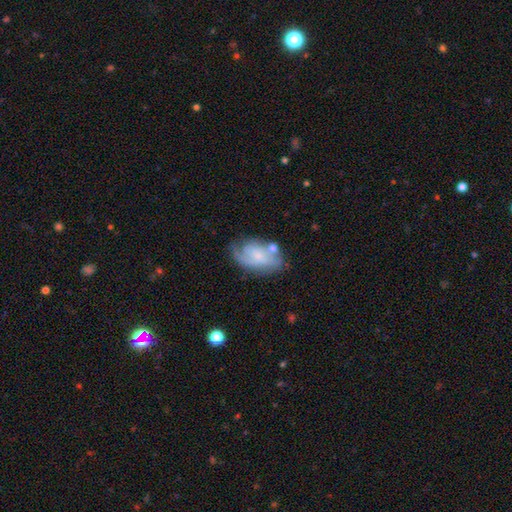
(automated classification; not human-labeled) featured or disk 64%, smooth 29%, star or artifact 7%. Down the decision tree: edge-on disk — no (96%); bar — no (65%); spiral arms — yes (84%); spiral arm count — 2 (39%); spiral winding — medium (40%); bulge size — small (65%); merging — none (51%).